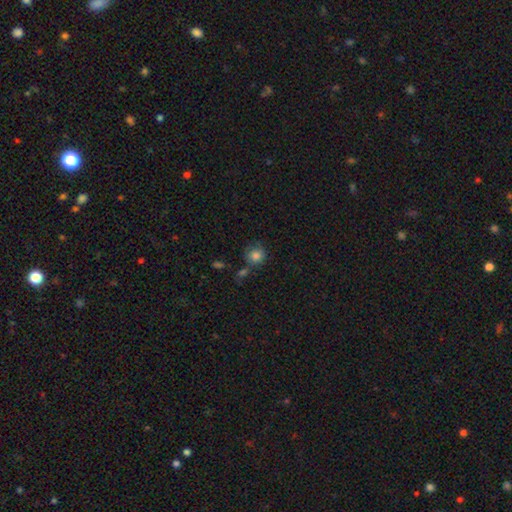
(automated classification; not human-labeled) Smooth or featured?
  - smooth: 83% *
  - star or artifact: 10%
  - featured or disk: 7%
How rounded?
  - round: 88% *
  - in between: 11%
  - cigar-shaped: 1%
Merging?
  - none: 64% *
  - minor disturbance: 18%
  - merger: 12%
  - major disturbance: 6%